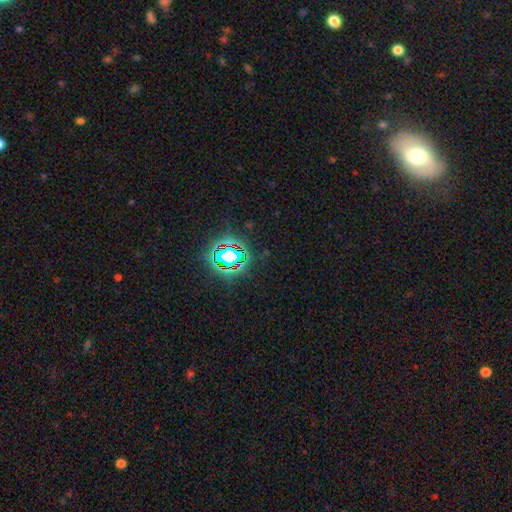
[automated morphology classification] A star or artifact, not a galaxy (80%).